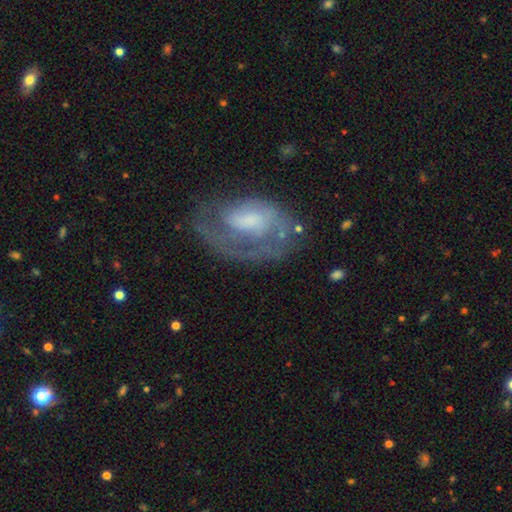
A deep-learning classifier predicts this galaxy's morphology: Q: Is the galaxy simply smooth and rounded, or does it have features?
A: featured or disk — 68%.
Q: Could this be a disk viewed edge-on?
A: no — 95%.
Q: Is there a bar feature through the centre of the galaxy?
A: no — 58%.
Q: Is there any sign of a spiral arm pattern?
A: yes — 76%.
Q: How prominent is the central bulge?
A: moderate — 36%.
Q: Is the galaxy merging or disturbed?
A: none — 57%.